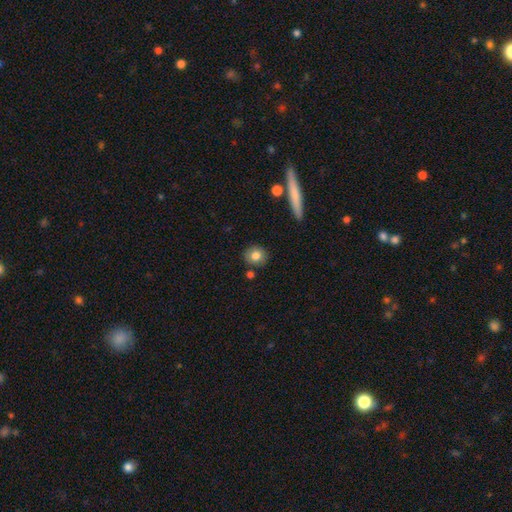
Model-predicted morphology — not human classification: smooth_or_featured: smooth (p=0.81) [alt: featured or disk p=0.11]
how_rounded: round (p=0.80) [alt: in between p=0.19]
merging: none (p=0.82) [alt: minor disturbance p=0.10]